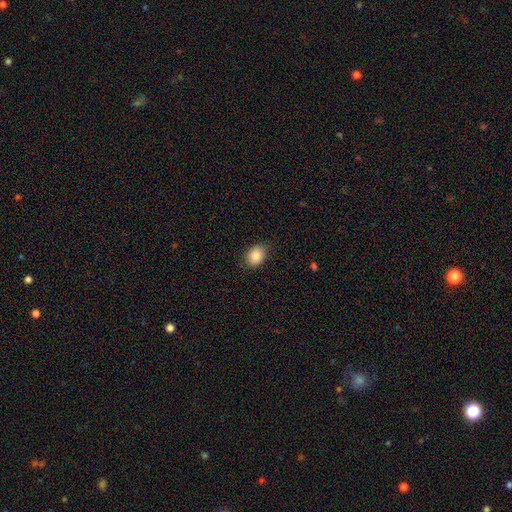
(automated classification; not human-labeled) This appears to be a smooth galaxy with no disk features (86%) that is in between round and cigar-shaped (69%). Merging: none (83%).